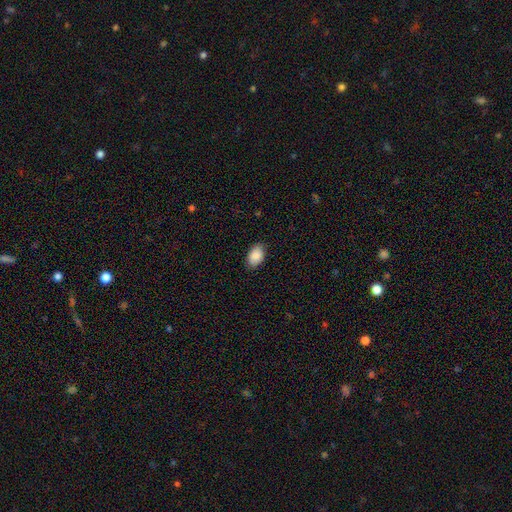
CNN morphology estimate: Q: Smooth or featured?
A: smooth (89%); runner-up: star or artifact (7%)
Q: How rounded?
A: in between (91%); runner-up: round (8%)
Q: Merging?
A: none (86%); runner-up: minor disturbance (10%)